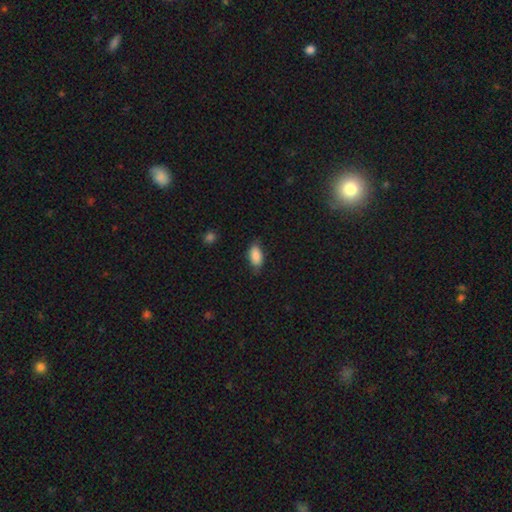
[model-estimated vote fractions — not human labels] A smooth galaxy with no disk features (88%) that is in between round and cigar-shaped (91%). Merging: none (76%).